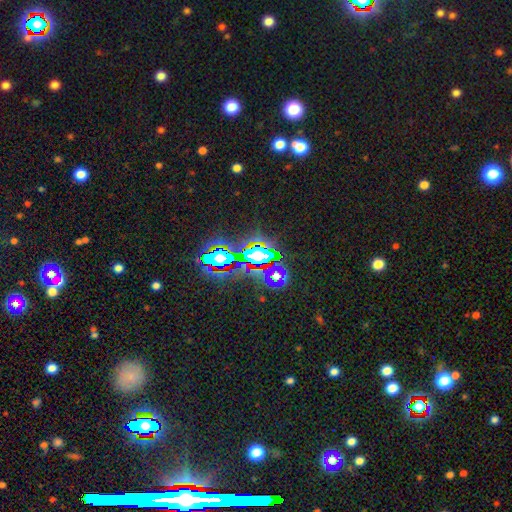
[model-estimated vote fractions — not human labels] Q: Smooth or featured?
A: star or artifact (67%); runner-up: smooth (19%)